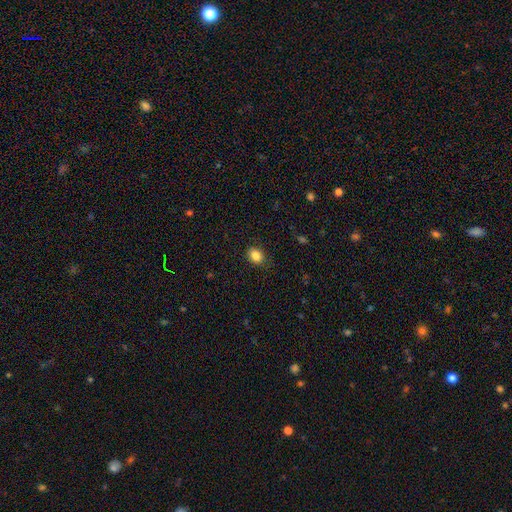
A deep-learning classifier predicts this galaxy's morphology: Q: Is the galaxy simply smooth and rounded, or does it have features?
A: smooth — 86%.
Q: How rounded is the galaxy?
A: in between — 59%.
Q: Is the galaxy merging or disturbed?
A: none — 85%.